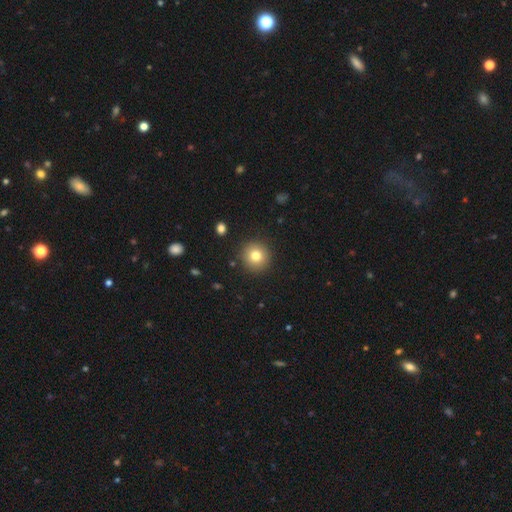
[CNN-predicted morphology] Smooth or featured? smooth (79%)
How rounded? round (94%)
Merging? none (91%)